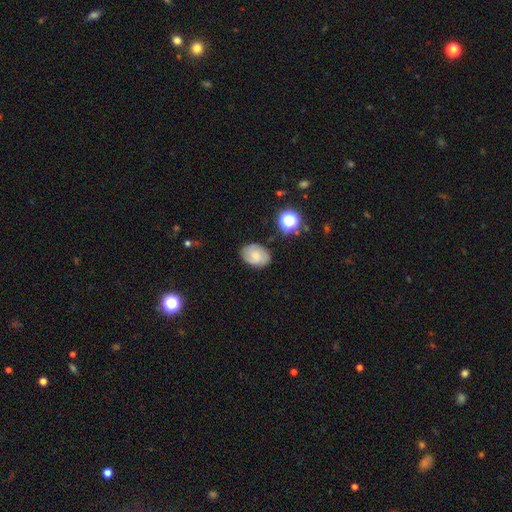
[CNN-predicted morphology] Smooth or featured: smooth — 57% (featured or disk — 32%)
How rounded: in between — 73% (round — 26%)
Merging: none — 80% (minor disturbance — 14%)